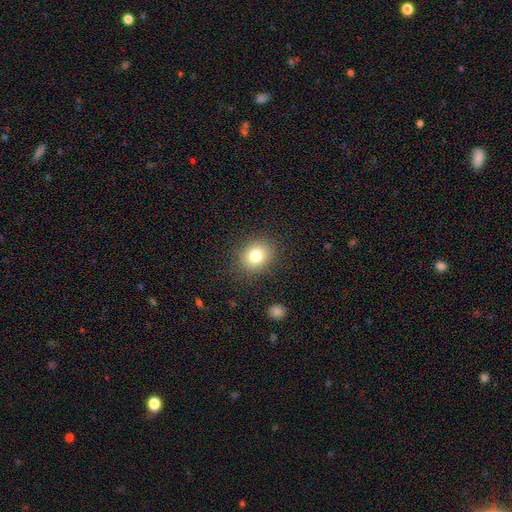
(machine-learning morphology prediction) Smooth or featured: smooth — 80% (star or artifact — 11%)
How rounded: round — 62% (in between — 37%)
Merging: none — 86% (minor disturbance — 9%)